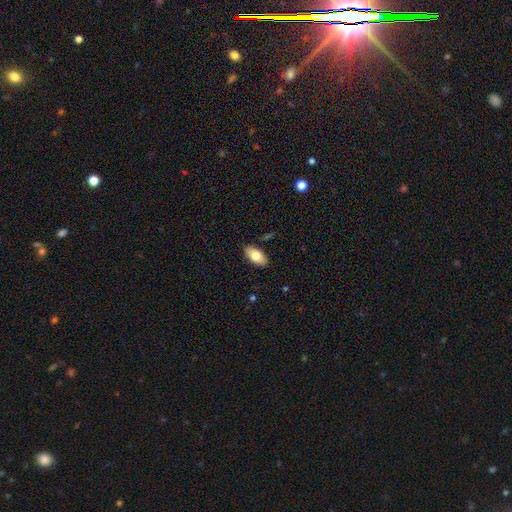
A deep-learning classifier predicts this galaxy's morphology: Overall: smooth (76%). How rounded: in between (93%). Merging: none (88%).